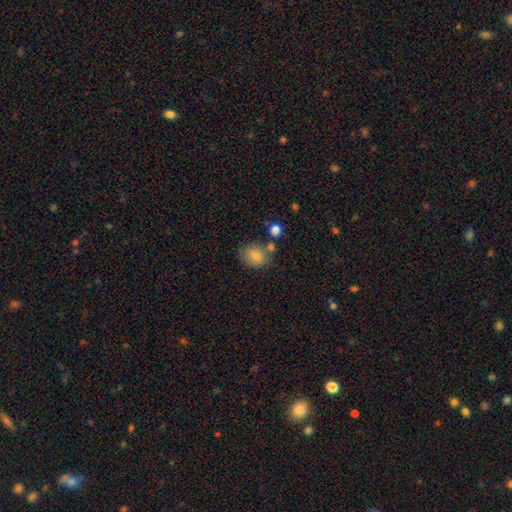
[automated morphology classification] Smooth or featured? smooth (77%)
How rounded? round (57%)
Merging? none (64%)